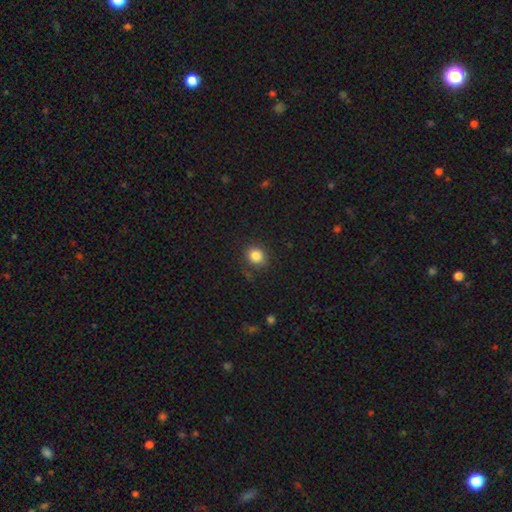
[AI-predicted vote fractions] smooth_or_featured: smooth (p=0.84) [alt: star or artifact p=0.11]
how_rounded: round (p=0.73) [alt: in between p=0.27]
merging: none (p=0.83) [alt: minor disturbance p=0.12]